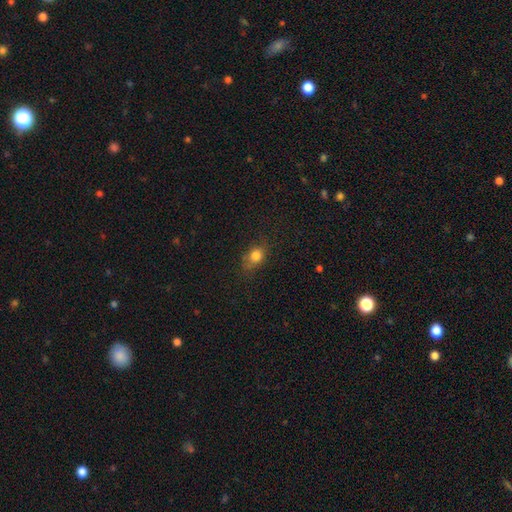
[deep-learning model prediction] This appears to be a smooth galaxy with no disk features (79%) that is in between round and cigar-shaped (52%). Merging: none (67%).